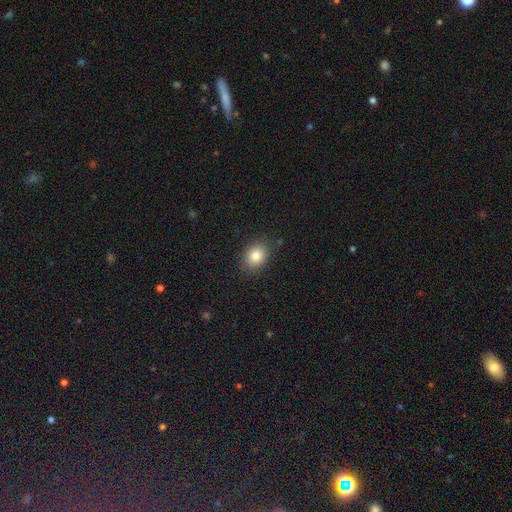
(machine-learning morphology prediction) Smooth or featured: smooth — 84% (star or artifact — 10%)
How rounded: in between — 58% (round — 41%)
Merging: none — 86% (minor disturbance — 10%)